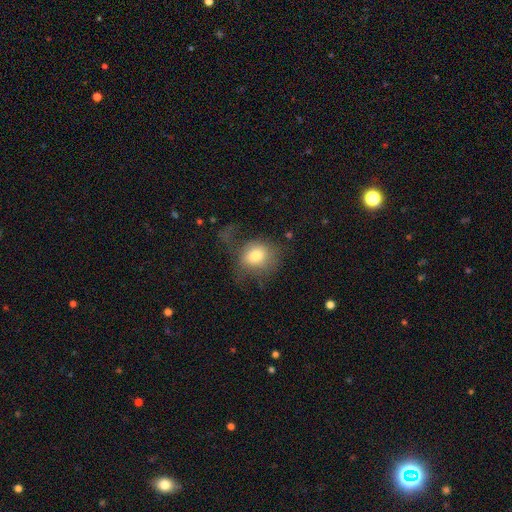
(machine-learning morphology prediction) smooth 74%, featured or disk 16%, star or artifact 9%. Down the decision tree: how rounded — round (61%); merging — major disturbance (38%).